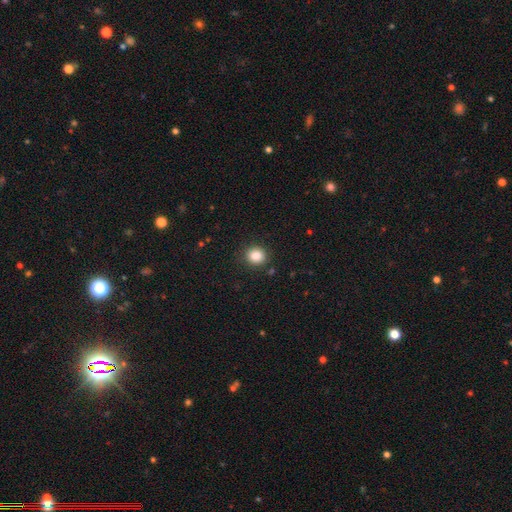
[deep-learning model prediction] The model was most divided on "how rounded": round: 83%, in between: 16%, cigar-shaped: 1%. More confident: merging — none (88%); smooth or featured — smooth (86%).